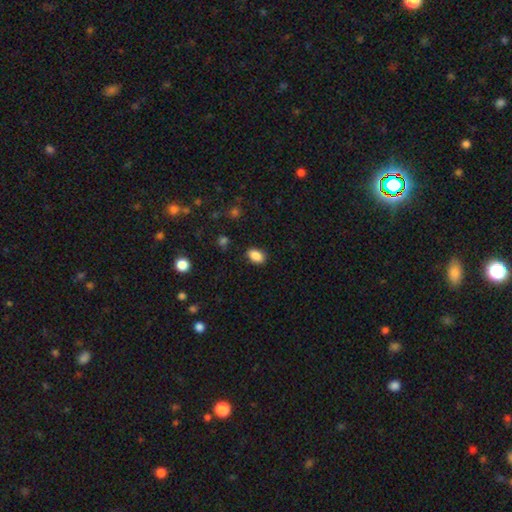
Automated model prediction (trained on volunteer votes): The model was most divided on "how rounded": in between: 87%, round: 11%, cigar-shaped: 2%. More confident: smooth or featured — smooth (88%); merging — none (86%).